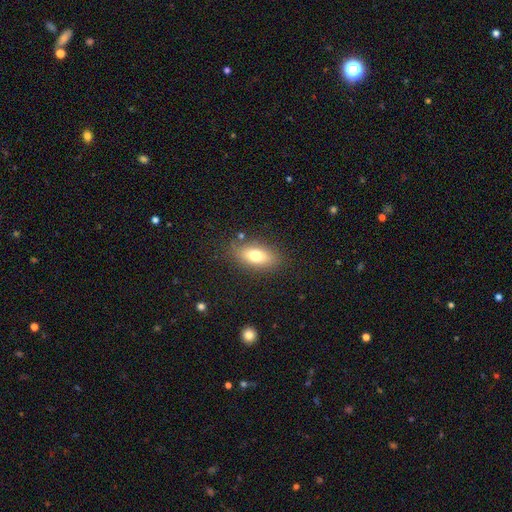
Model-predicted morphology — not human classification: Overall: smooth (73%). How rounded: in between (83%). Merging: none (82%).